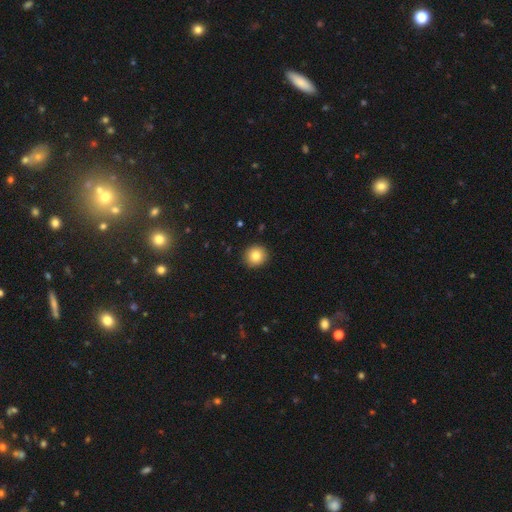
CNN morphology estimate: smooth-or-featured: smooth: 81% | star or artifact: 10% | featured or disk: 9%
  how-rounded: round: 92% | in between: 7% | cigar-shaped: 1%
  merging: none: 91% | minor disturbance: 6% | major disturbance: 2% | merger: 1%